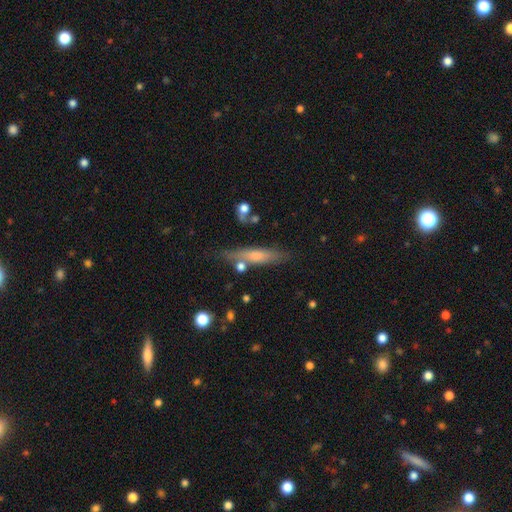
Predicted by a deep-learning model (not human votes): This is possibly a smooth galaxy (49%). Merging: likely none (71%).